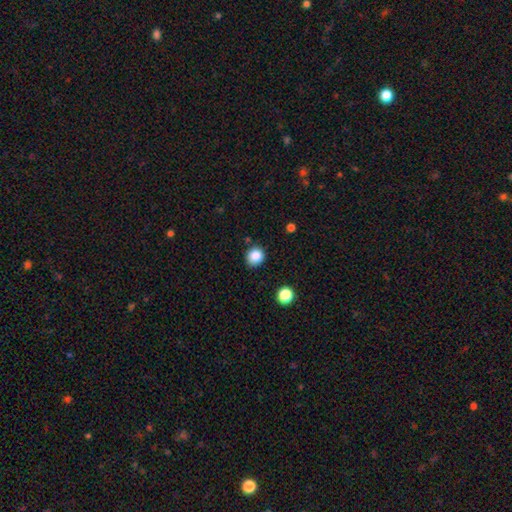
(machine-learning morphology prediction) smooth-or-featured: smooth: 85% | star or artifact: 10% | featured or disk: 4%
  how-rounded: round: 82% | in between: 17% | cigar-shaped: 1%
  merging: none: 84% | minor disturbance: 10% | merger: 3% | major disturbance: 3%